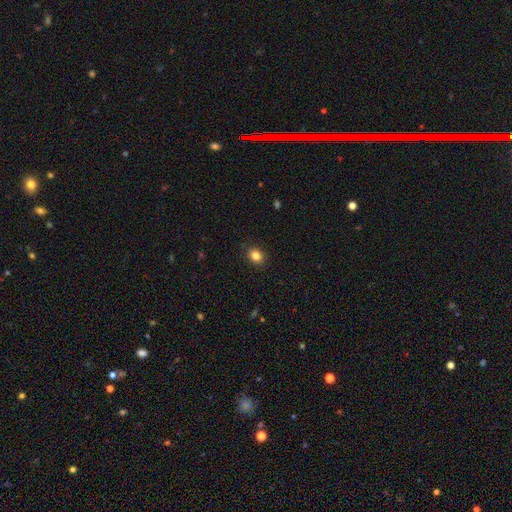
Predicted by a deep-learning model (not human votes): smooth-or-featured: smooth: 84% | star or artifact: 11% | featured or disk: 5%
  how-rounded: round: 51% | in between: 48% | cigar-shaped: 1%
  merging: none: 89% | minor disturbance: 8% | major disturbance: 2% | merger: 1%